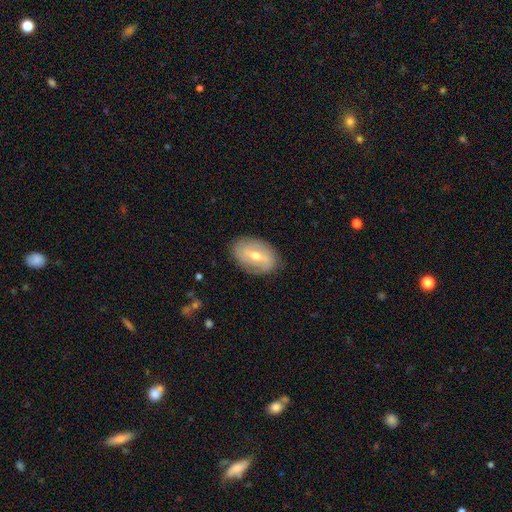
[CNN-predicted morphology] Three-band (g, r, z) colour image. It shows a featured or disk galaxy (64%) with a weak bar (48%), spiral arms (67%) and a moderate central bulge (64%). Merging: none (84%).